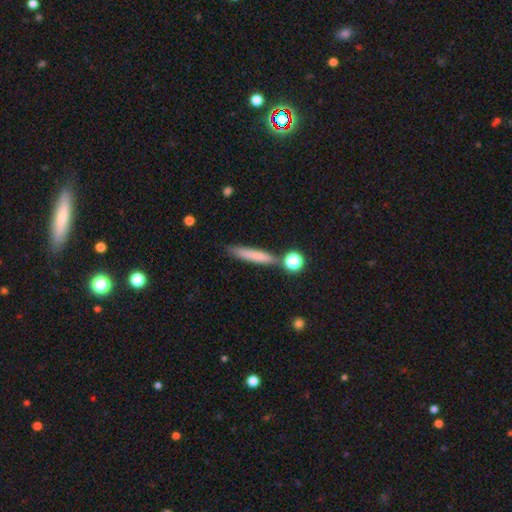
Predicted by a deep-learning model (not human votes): Q: Smooth or featured?
A: smooth (71%); runner-up: featured or disk (20%)
Q: How rounded?
A: cigar-shaped (89%); runner-up: in between (8%)
Q: Merging?
A: none (74%); runner-up: minor disturbance (13%)